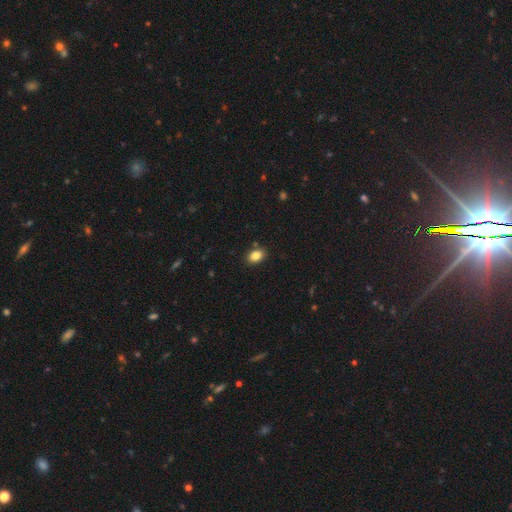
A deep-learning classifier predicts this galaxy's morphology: smooth-or-featured: smooth: 84% | star or artifact: 9% | featured or disk: 6%
  how-rounded: in between: 77% | round: 22% | cigar-shaped: 1%
  merging: none: 85% | minor disturbance: 10% | merger: 3% | major disturbance: 2%